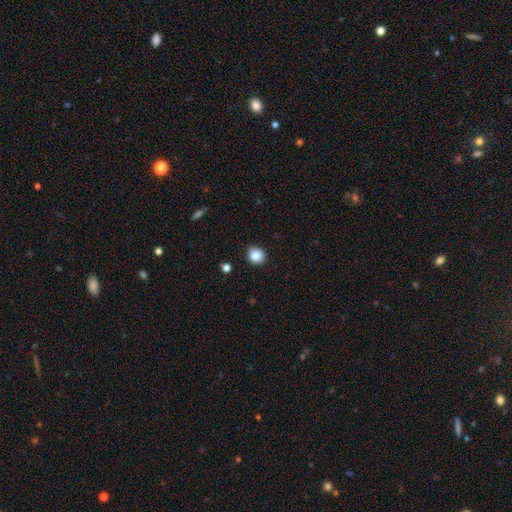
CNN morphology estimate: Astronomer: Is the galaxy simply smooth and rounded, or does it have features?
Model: smooth — 86%.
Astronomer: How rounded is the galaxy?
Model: round — 84%.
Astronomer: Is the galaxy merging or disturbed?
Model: none — 89%.